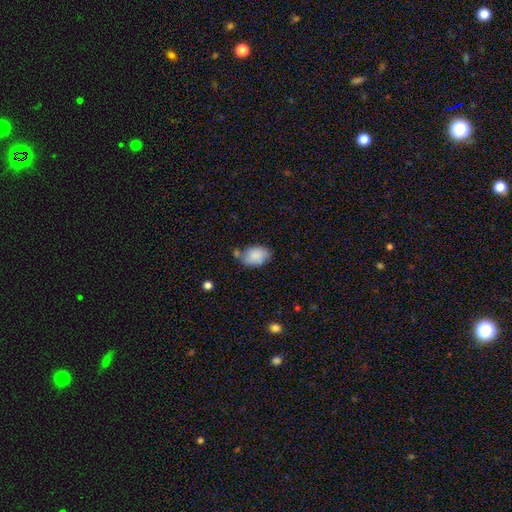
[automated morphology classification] smooth_or_featured: smooth (p=0.84) [alt: featured or disk p=0.09]
how_rounded: in between (p=0.86) [alt: round p=0.13]
merging: none (p=0.55) [alt: minor disturbance p=0.27]